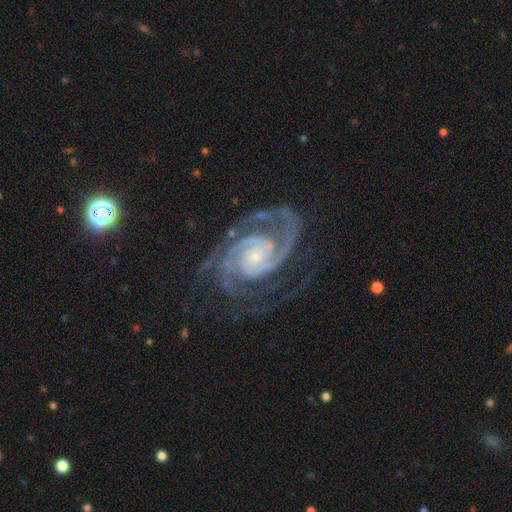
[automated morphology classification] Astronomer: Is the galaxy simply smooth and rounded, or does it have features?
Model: featured or disk — 93%.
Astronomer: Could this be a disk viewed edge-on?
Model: no — 98%.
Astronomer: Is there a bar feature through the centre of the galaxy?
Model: no — 66%.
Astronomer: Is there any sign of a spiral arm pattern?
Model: yes — 99%.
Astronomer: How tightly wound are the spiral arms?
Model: tight — 56% (runner-up: medium, 39%).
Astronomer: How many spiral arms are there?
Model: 2 — 74%.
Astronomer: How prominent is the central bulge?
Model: small — 69%.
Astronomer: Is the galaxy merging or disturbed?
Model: none — 70%.